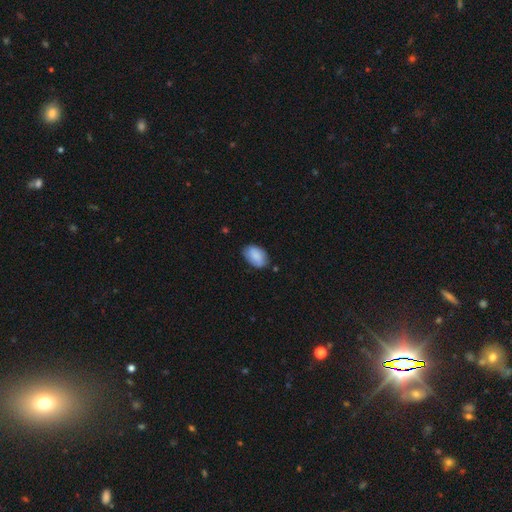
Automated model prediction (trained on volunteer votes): Smooth or featured?
  - smooth: 85% *
  - featured or disk: 8%
  - star or artifact: 6%
How rounded?
  - in between: 90% *
  - round: 8%
  - cigar-shaped: 1%
Merging?
  - none: 76% *
  - minor disturbance: 19%
  - major disturbance: 3%
  - merger: 2%